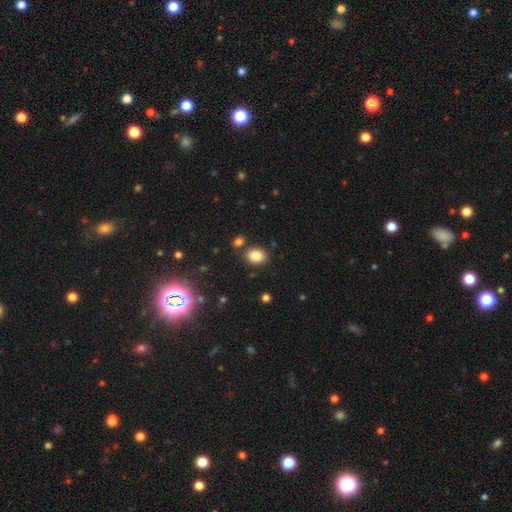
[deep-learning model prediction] Smooth or featured: smooth — 85% (star or artifact — 10%)
How rounded: in between — 62% (round — 37%)
Merging: none — 80% (minor disturbance — 10%)